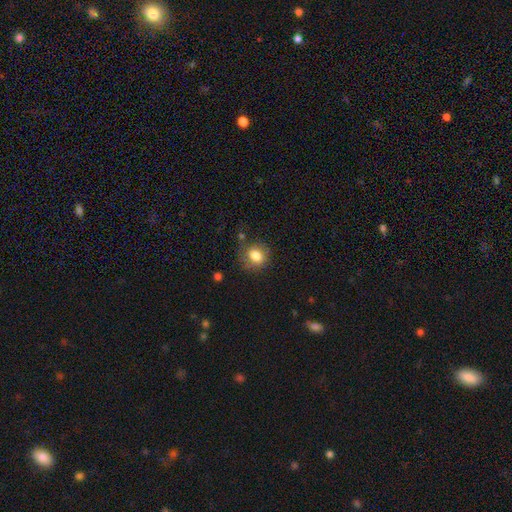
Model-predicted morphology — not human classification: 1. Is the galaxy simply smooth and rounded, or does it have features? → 78% smooth, 12% featured or disk, 9% star or artifact.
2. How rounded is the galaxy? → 67% round, 32% in between, 1% cigar-shaped.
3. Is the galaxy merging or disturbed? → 66% none, 22% minor disturbance, 9% major disturbance, 4% merger.